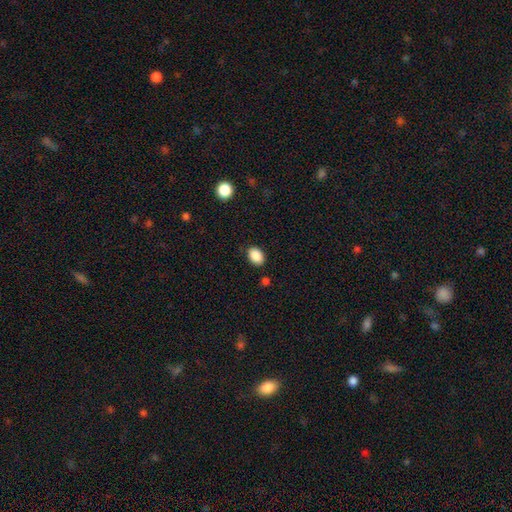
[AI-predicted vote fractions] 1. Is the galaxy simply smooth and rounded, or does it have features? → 89% smooth, 8% star or artifact, 3% featured or disk.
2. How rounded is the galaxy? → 82% in between, 17% round, 1% cigar-shaped.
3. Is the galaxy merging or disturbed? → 85% none, 10% minor disturbance, 3% major disturbance, 2% merger.